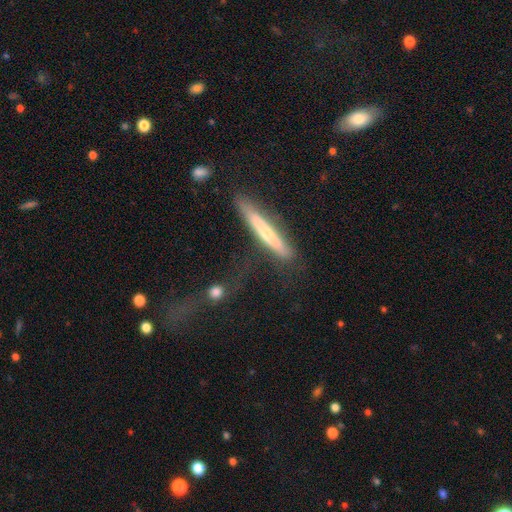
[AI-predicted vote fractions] featured or disk 54%, smooth 35%, star or artifact 11%. Down the decision tree: edge-on disk — yes (90%); merging — none (66%).